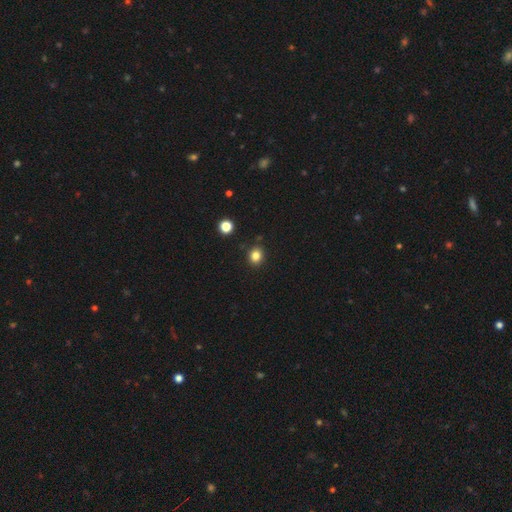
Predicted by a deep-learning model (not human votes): Q: Smooth or featured?
A: smooth (83%); runner-up: star or artifact (12%)
Q: How rounded?
A: round (74%); runner-up: in between (25%)
Q: Merging?
A: none (88%); runner-up: minor disturbance (8%)